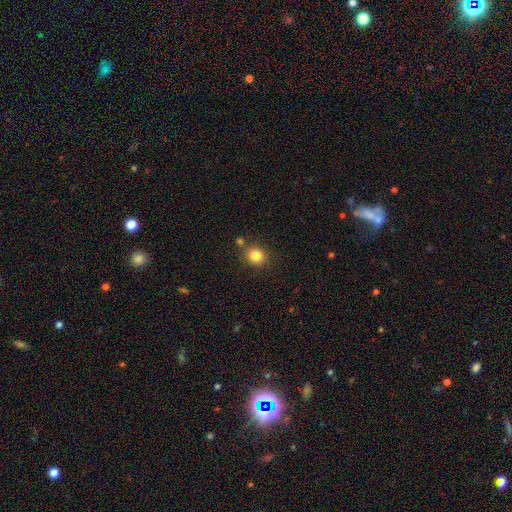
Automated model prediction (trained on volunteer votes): This is clearly a smooth galaxy (84%). How rounded: likely round (77%). Merging: likely none (78%).